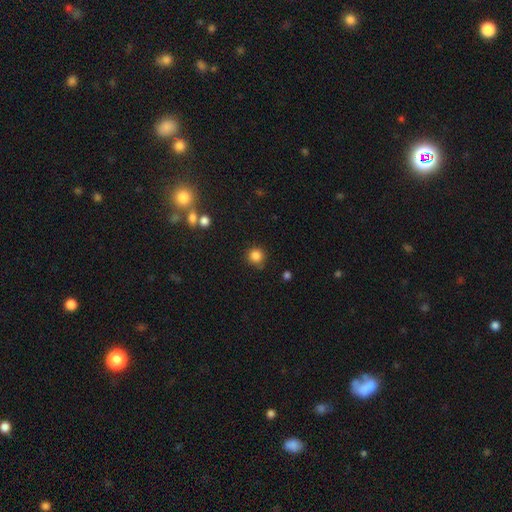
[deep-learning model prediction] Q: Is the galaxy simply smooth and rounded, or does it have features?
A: smooth — 84%.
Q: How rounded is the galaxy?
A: round — 92%.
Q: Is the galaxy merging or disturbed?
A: none — 83%.